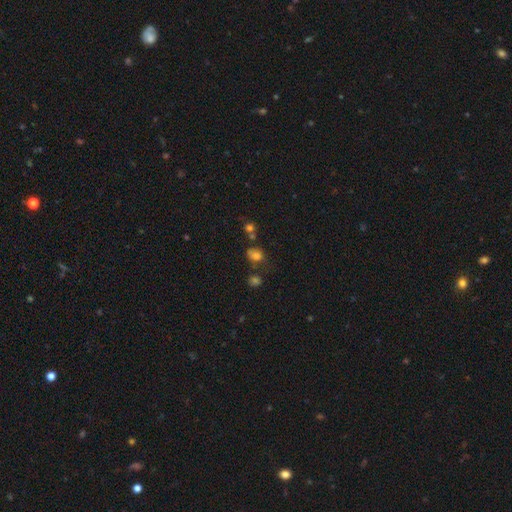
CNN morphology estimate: Overall: smooth (75%). How rounded: in between (52%; round 47%). Merging: none (56%; minor disturbance 20%).